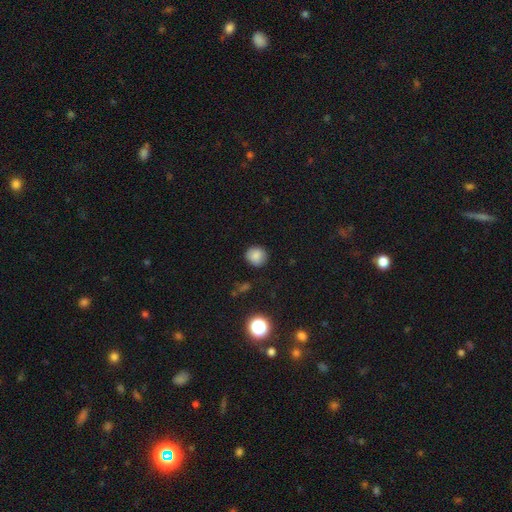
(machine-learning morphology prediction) This appears to be a smooth galaxy with no disk features (85%) that is round (86%). Merging: none (87%).